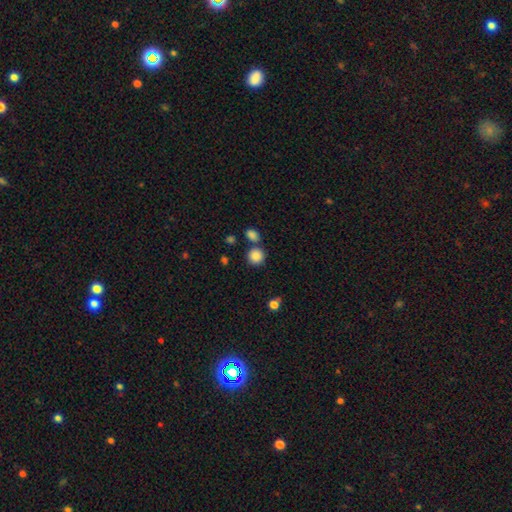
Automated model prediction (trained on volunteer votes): This appears to be a smooth galaxy with no disk features (86%) that is round (90%). Merging: none (71%).